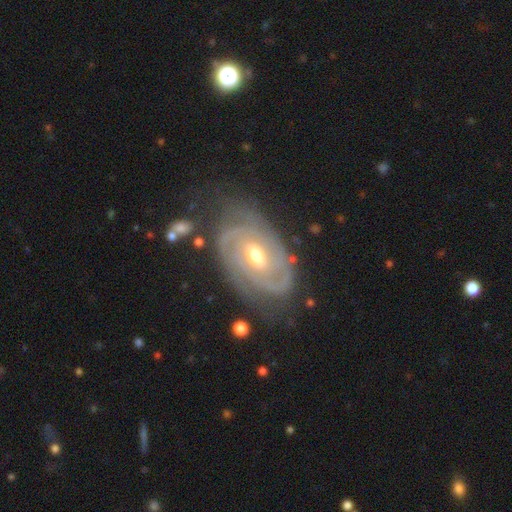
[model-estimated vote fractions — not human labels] smooth-or-featured: featured or disk: 89% | smooth: 6% | star or artifact: 5%
  disk-edge-on: no: 96% | yes: 4%
    bar: weak: 48% | no: 37% | strong: 15%
    has-spiral-arms: yes: 97% | no: 3%
      spiral-winding: tight: 73% | medium: 22% | loose: 5%
      spiral-arm-count: 2: 51% | can't tell: 19% | 3: 17% | 4: 5% | 1: 4% | more than 4: 4%
    bulge-size: moderate: 66% | small: 29% | large: 3% | none: 1% | dominant: 1%
  merging: none: 73% | minor disturbance: 18% | major disturbance: 7% | merger: 2%